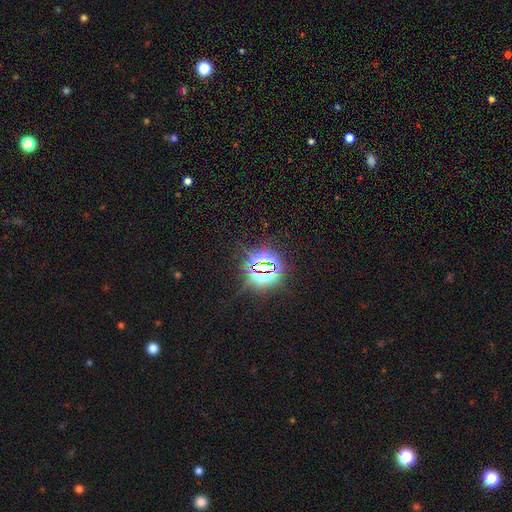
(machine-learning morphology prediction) A star or artifact, not a galaxy (83%).

Vote fractions:
- Smooth or featured? star or artifact: 83% / smooth: 10% / featured or disk: 8%